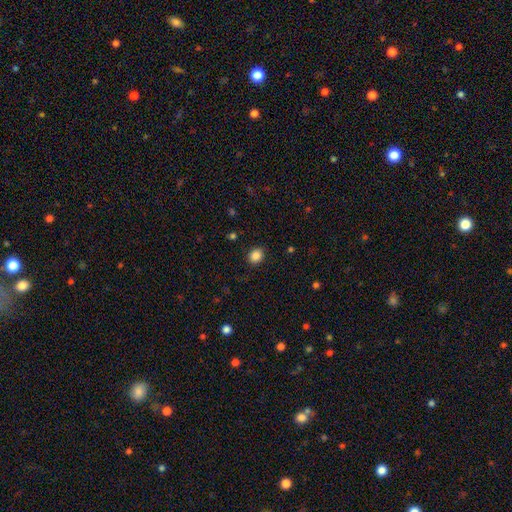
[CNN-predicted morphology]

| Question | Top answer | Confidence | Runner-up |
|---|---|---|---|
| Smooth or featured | smooth | 86% | star or artifact (10%) |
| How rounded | round | 64% | in between (36%) |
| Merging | none | 89% | minor disturbance (8%) |